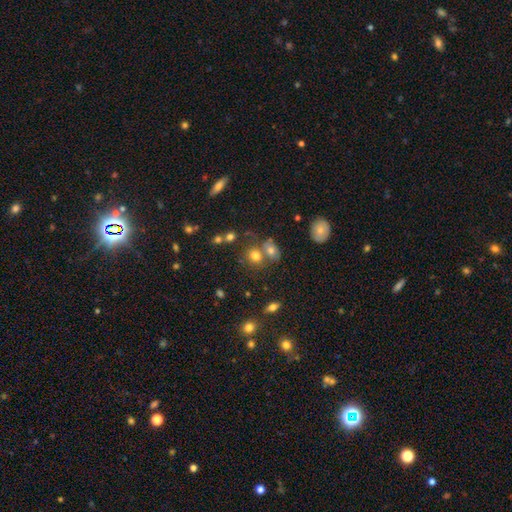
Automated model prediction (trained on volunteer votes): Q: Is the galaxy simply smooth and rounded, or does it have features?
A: smooth — 73%.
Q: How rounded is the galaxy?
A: round — 60%.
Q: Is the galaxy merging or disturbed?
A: none — 52%.